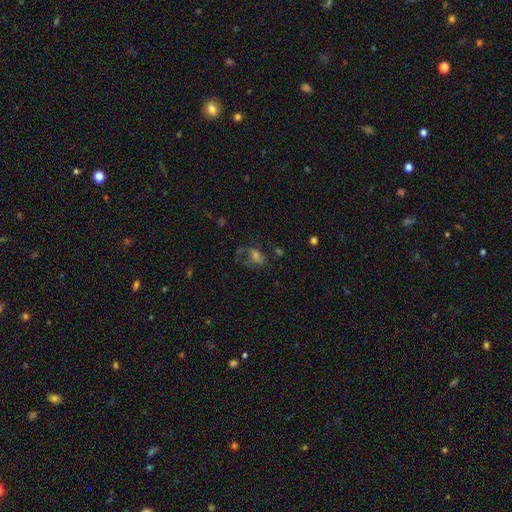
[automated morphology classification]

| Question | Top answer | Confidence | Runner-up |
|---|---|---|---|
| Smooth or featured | featured or disk | 41% | smooth (35%) |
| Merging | none | 45% | major disturbance (32%) |